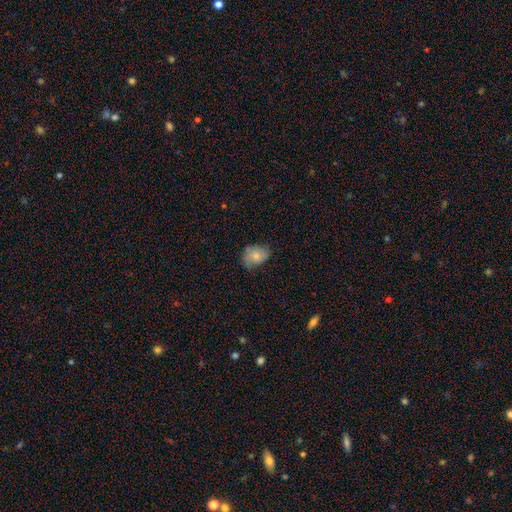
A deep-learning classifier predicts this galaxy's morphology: Overall: smooth (69%). How rounded: in between (70%). Merging: none (59%; minor disturbance 31%).